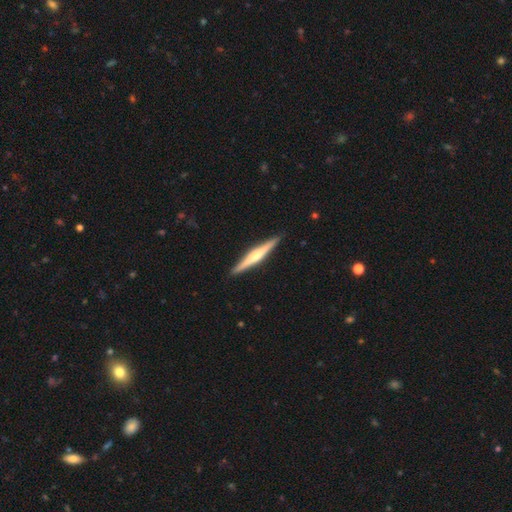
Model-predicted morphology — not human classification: Smooth or featured: featured or disk — 68% (smooth — 27%)
Edge-on disk: yes — 98% (no — 2%)
Edge-on bulge: rounded — 78% (none — 13%)
Merging: none — 92% (minor disturbance — 6%)